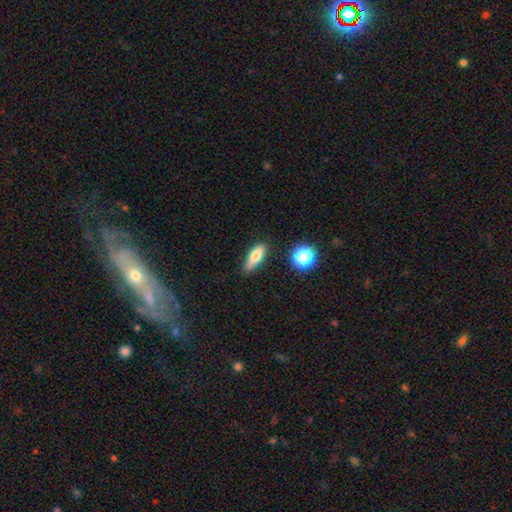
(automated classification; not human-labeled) Q: Smooth or featured?
A: smooth (73%); runner-up: featured or disk (17%)
Q: How rounded?
A: in between (53%); runner-up: cigar-shaped (42%)
Q: Merging?
A: none (75%); runner-up: minor disturbance (18%)